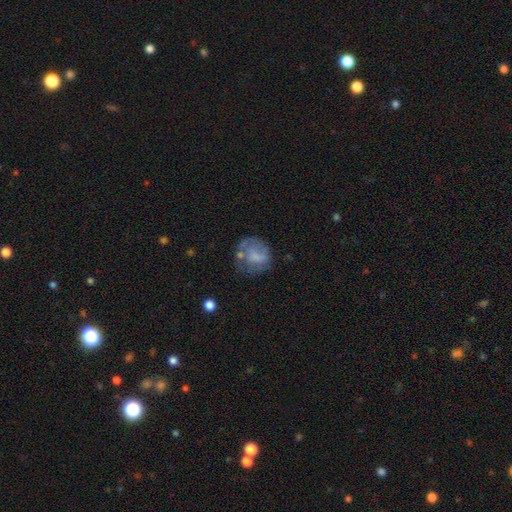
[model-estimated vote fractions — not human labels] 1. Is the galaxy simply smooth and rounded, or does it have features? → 54% smooth, 37% featured or disk, 9% star or artifact.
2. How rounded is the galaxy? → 75% round, 24% in between, 1% cigar-shaped.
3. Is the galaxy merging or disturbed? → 46% none, 25% minor disturbance, 23% major disturbance, 6% merger.